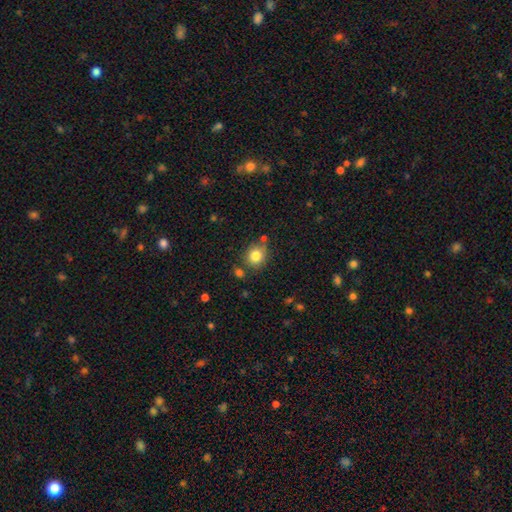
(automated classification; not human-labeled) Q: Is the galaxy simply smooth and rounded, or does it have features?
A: smooth — 82%.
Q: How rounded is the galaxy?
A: round — 79%.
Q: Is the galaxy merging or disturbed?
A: none — 74%.